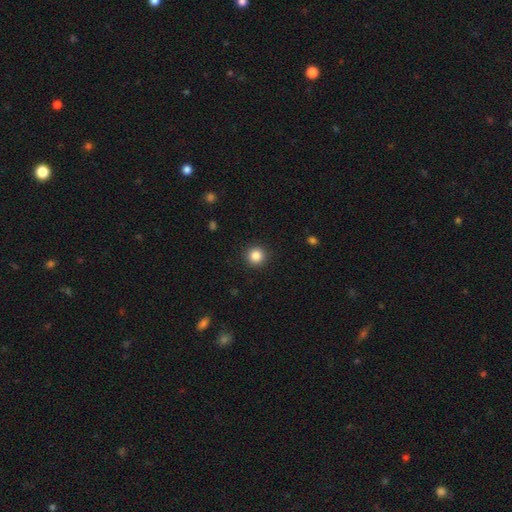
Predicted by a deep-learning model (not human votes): Smooth or featured? Predicted: smooth (p=0.85). How rounded? Predicted: round (p=0.95). Merging? Predicted: none (p=0.92).